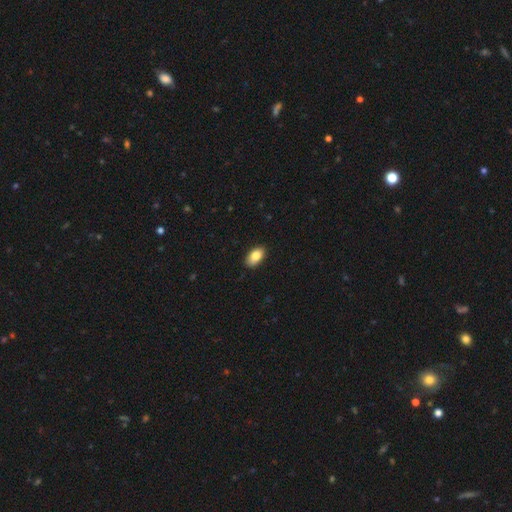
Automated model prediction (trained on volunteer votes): Smooth or featured? Predicted: smooth (p=0.84). How rounded? Predicted: in between (p=0.93). Merging? Predicted: none (p=0.88).